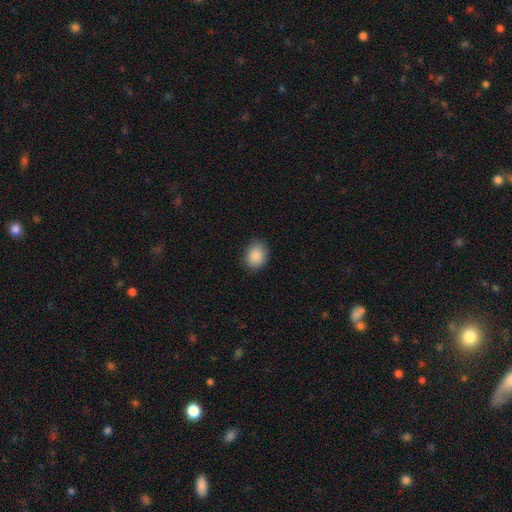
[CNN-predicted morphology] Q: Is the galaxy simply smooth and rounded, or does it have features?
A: smooth — 89%.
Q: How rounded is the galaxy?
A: in between — 53%.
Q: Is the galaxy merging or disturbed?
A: none — 86%.